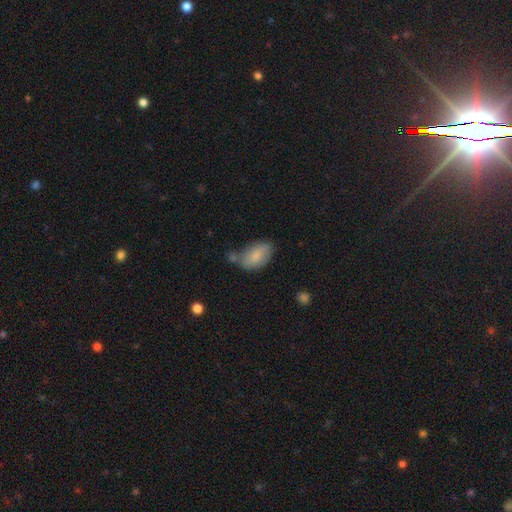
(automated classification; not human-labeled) Smooth or featured? smooth (78%)
How rounded? in between (92%)
Merging? none (50%)